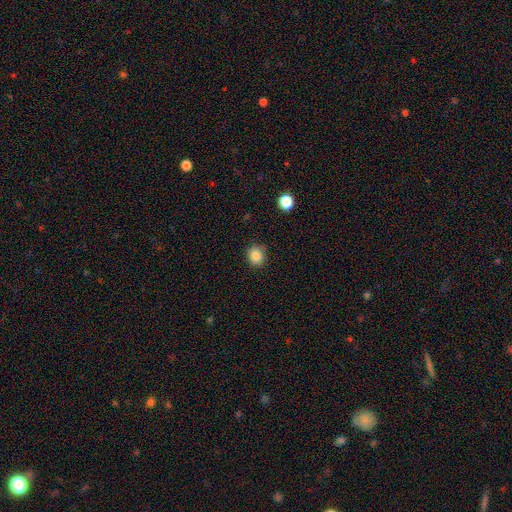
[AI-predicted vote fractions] Smooth or featured?
  - smooth: 85% *
  - star or artifact: 11%
  - featured or disk: 5%
How rounded?
  - round: 80% *
  - in between: 19%
  - cigar-shaped: 1%
Merging?
  - none: 85% *
  - minor disturbance: 11%
  - major disturbance: 2%
  - merger: 1%